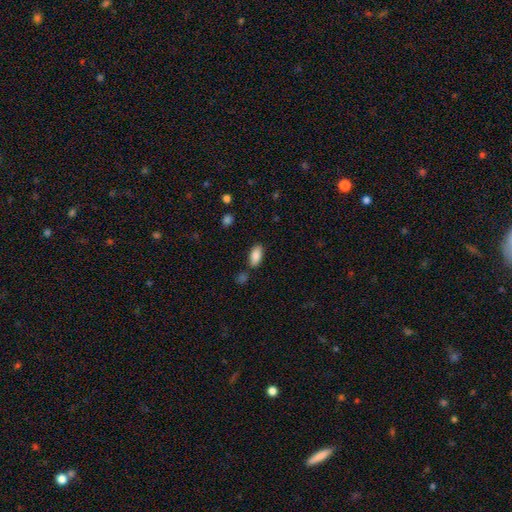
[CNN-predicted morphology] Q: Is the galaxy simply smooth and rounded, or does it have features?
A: smooth — 87%.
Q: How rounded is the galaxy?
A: in between — 90%.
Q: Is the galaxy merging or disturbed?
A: none — 78%.